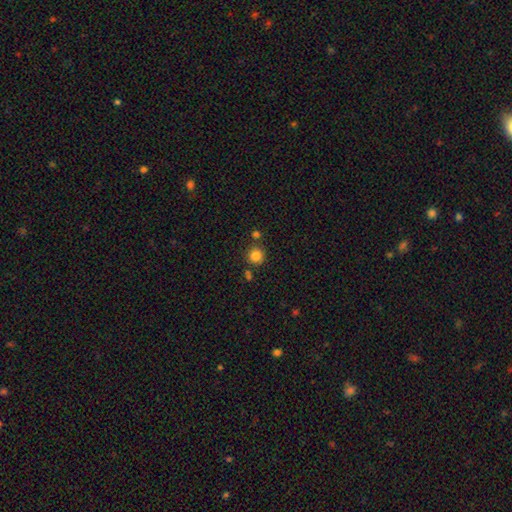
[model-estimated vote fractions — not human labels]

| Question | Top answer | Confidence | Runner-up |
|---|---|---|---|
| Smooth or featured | smooth | 83% | star or artifact (12%) |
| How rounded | round | 93% | in between (6%) |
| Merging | none | 80% | merger (9%) |